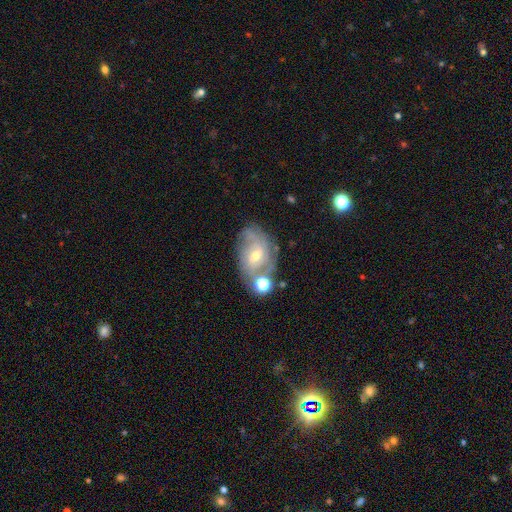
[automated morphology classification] The model was most divided on "bar": no: 48%, weak: 43%, strong: 9%. Remaining: edge-on disk — no (96%); spiral arms — yes (89%); smooth or featured — featured or disk (74%); bulge size — small (56%); merging — none (54%); spiral winding — tight (53%); spiral arm count — can't tell (39%).